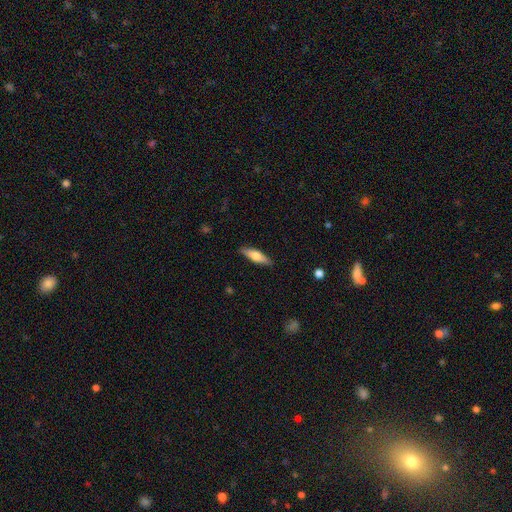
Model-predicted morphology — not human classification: Overall: smooth (57%; featured or disk 38%). How rounded: cigar-shaped (59%; in between 39%). Merging: none (88%).